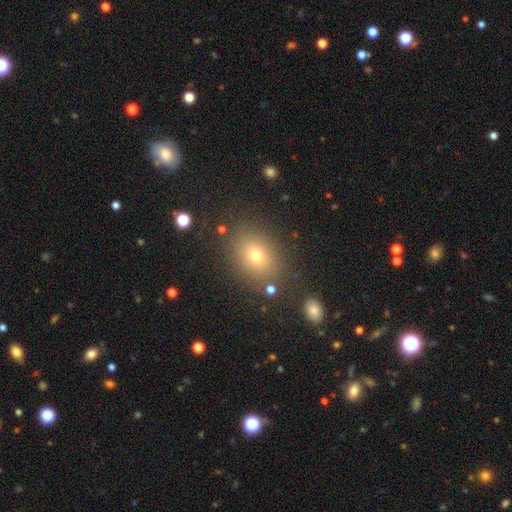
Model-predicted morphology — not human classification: smooth 70%, star or artifact 17%, featured or disk 13%. Down the decision tree: how rounded — in between (58%); merging — none (82%).